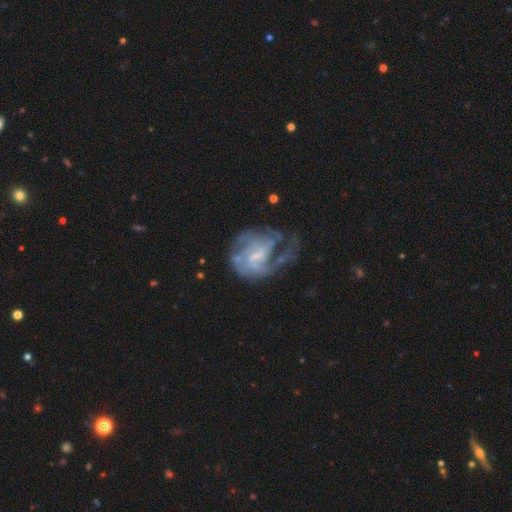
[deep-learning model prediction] Overall: featured or disk (82%). Edge-on disk: no (98%). Bar: weak (53%; no 30%). Spiral arms: yes (87%). Spiral arm count: can't tell (32%; 2 25%). Spiral winding: medium (44%; tight 32%). Bulge size: small (36%; none 34%). Merging: none (40%; major disturbance 36%).